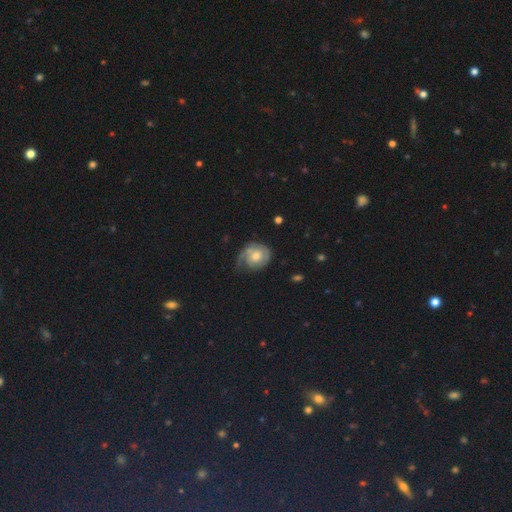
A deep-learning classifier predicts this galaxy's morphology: Q: Smooth or featured?
A: featured or disk (70%); runner-up: smooth (23%)
Q: Edge-on disk?
A: no (97%); runner-up: yes (3%)
Q: Bar?
A: no (74%); runner-up: weak (23%)
Q: Spiral arms?
A: yes (91%); runner-up: no (9%)
Q: Spiral winding?
A: tight (54%); runner-up: medium (31%)
Q: Spiral arm count?
A: 1 (41%); runner-up: 2 (31%)
Q: Bulge size?
A: moderate (61%); runner-up: small (26%)
Q: Merging?
A: none (56%); runner-up: minor disturbance (25%)